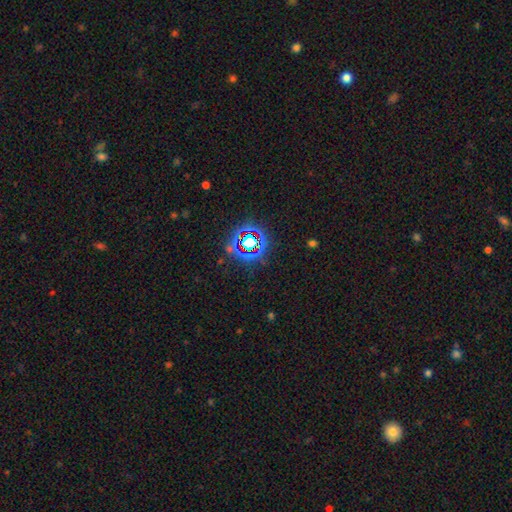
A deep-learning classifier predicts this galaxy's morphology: Smooth or featured? Predicted: star or artifact (p=0.70).